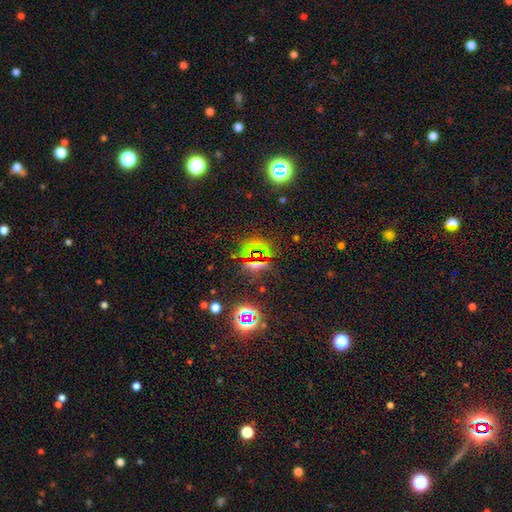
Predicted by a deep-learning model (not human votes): Smooth or featured?
  - star or artifact: 70% *
  - smooth: 21%
  - featured or disk: 9%